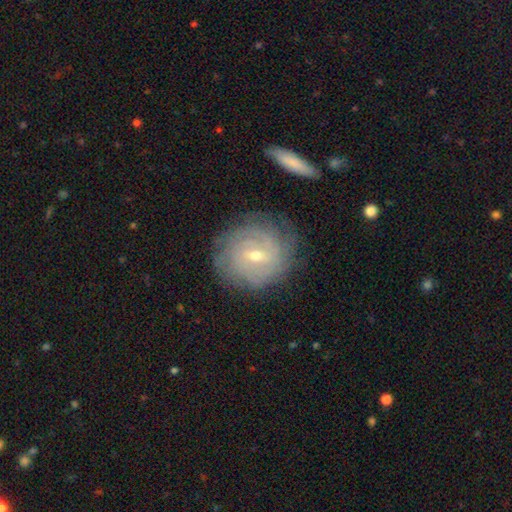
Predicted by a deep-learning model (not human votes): Smooth or featured?
  - featured or disk: 81% *
  - smooth: 12%
  - star or artifact: 7%
Edge-on disk?
  - no: 97% *
  - yes: 3%
Bar?
  - weak: 56% *
  - no: 27%
  - strong: 17%
Spiral arms?
  - yes: 94% *
  - no: 6%
Spiral winding?
  - tight: 78% *
  - medium: 17%
  - loose: 4%
Spiral arm count?
  - can't tell: 43% *
  - 4: 18%
  - 3: 15%
  - 2: 12%
  - more than 4: 7%
  - 1: 5%
Bulge size?
  - small: 58% *
  - moderate: 39%
  - large: 1%
  - none: 1%
  - dominant: 1%
Merging?
  - none: 80% *
  - minor disturbance: 14%
  - major disturbance: 5%
  - merger: 2%